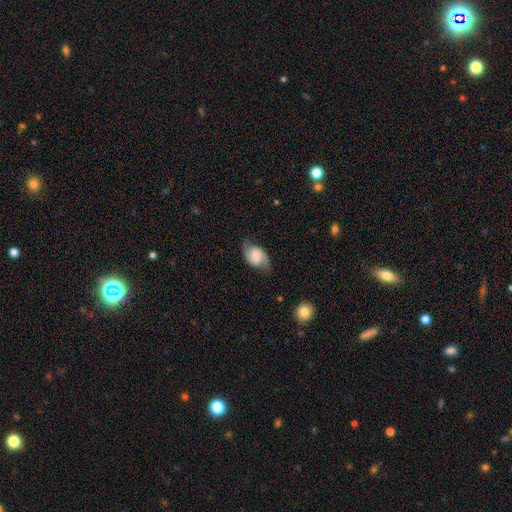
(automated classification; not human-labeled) A featured or disk galaxy (63%) with no bar (49%), 2 (91%) medium (44%) spiral arms (93%) and a small central bulge (37%). Merging: none (70%).